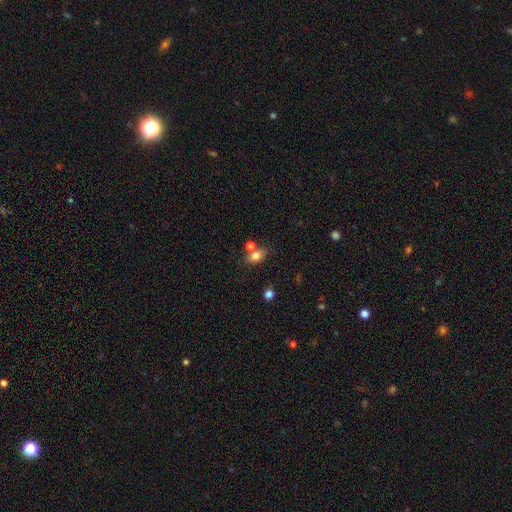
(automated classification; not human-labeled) The model was most divided on "merging": none: 60%, merger: 22%, minor disturbance: 14%, major disturbance: 4%. More confident: how rounded — in between (80%); smooth or featured — smooth (77%).